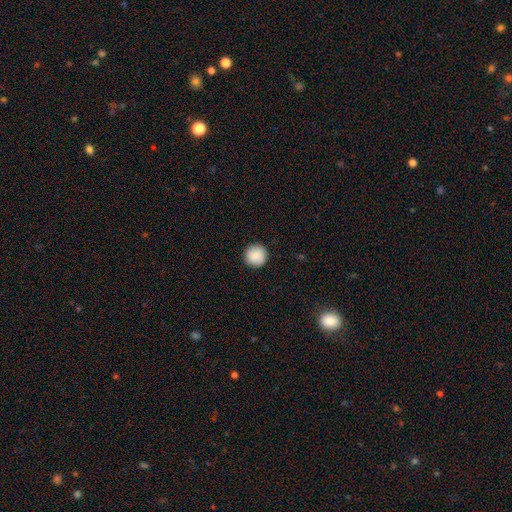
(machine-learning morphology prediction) Smooth or featured? Predicted: smooth (p=0.89). How rounded? Predicted: round (p=0.96). Merging? Predicted: none (p=0.92).